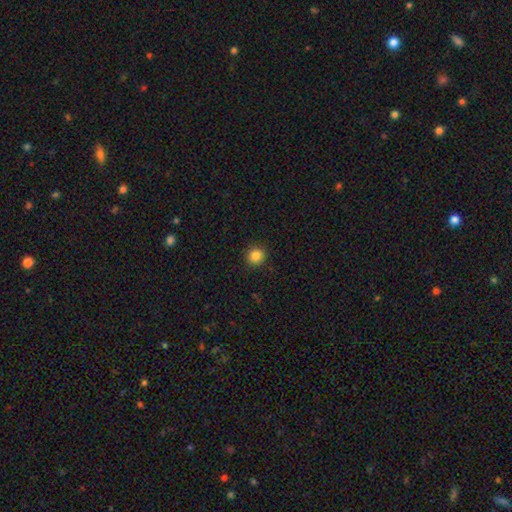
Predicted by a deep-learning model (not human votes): smooth-or-featured: smooth: 85% | star or artifact: 11% | featured or disk: 4%
  how-rounded: round: 92% | in between: 7% | cigar-shaped: 1%
  merging: none: 92% | minor disturbance: 6% | major disturbance: 2% | merger: 1%